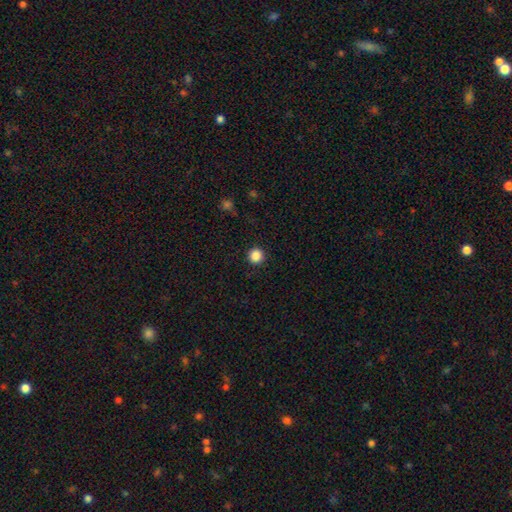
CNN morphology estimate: Smooth or featured? smooth (86%)
How rounded? round (95%)
Merging? none (92%)